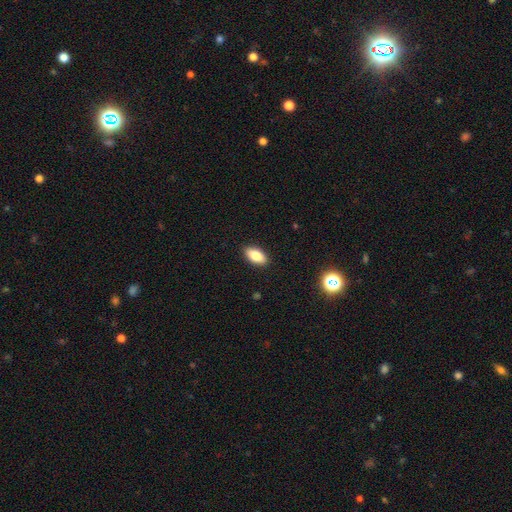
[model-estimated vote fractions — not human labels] A smooth galaxy with no disk features (83%) that is in between round and cigar-shaped (91%).

Vote fractions:
- Smooth or featured? smooth: 83% / featured or disk: 9% / star or artifact: 8%
- How rounded? in between: 91% / cigar-shaped: 6% / round: 3%
- Merging? none: 90% / minor disturbance: 7% / major disturbance: 2% / merger: 1%